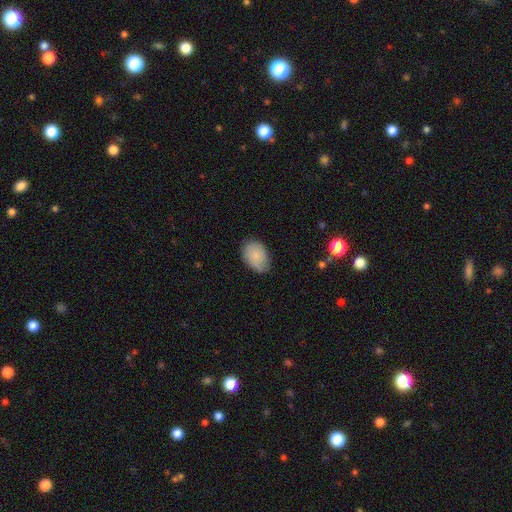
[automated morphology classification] smooth 83%, featured or disk 10%, star or artifact 7%. Down the decision tree: how rounded — in between (85%); merging — none (76%).